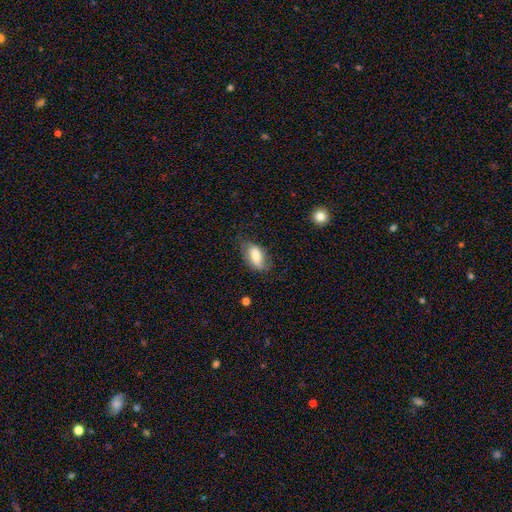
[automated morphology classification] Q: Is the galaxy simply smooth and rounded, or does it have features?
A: smooth — 60%.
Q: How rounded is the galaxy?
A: in between — 88%.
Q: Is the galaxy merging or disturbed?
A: none — 63%.